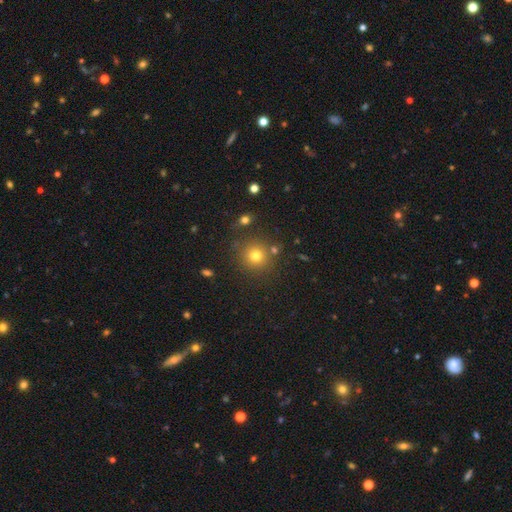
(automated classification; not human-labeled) smooth 76%, star or artifact 16%, featured or disk 9%. Down the decision tree: how rounded — round (92%); merging — none (82%).